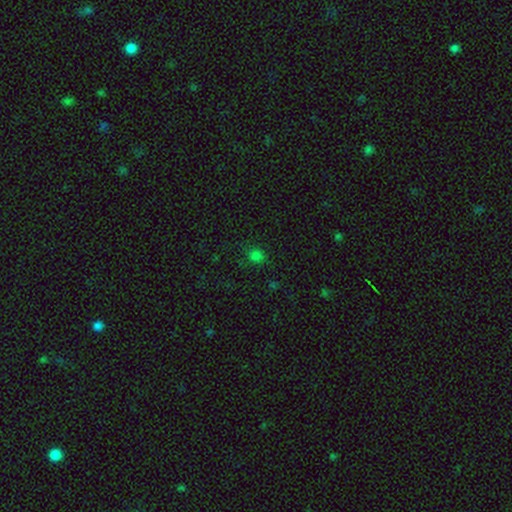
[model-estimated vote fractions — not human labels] Smooth or featured: smooth — 74% (star or artifact — 22%)
How rounded: round — 75% (in between — 24%)
Merging: none — 81% (minor disturbance — 13%)